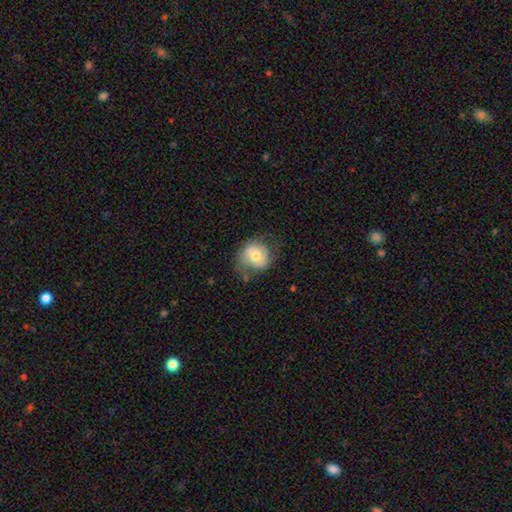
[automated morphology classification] Smooth or featured? Predicted: smooth (p=0.60). How rounded? Predicted: round (p=0.77). Merging? Predicted: none (p=0.57).